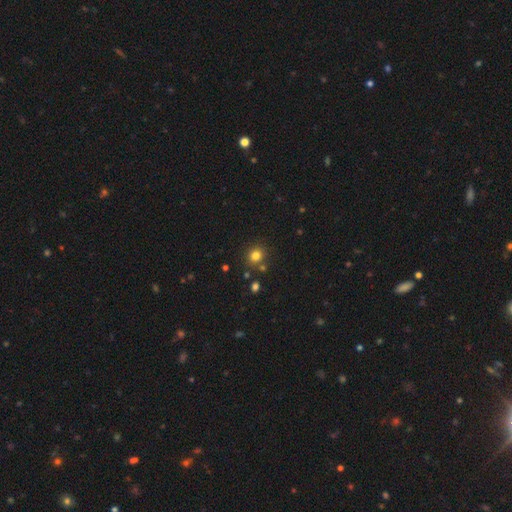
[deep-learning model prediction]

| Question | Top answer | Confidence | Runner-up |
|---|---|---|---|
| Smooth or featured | smooth | 80% | star or artifact (14%) |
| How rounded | round | 80% | in between (19%) |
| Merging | none | 81% | minor disturbance (9%) |